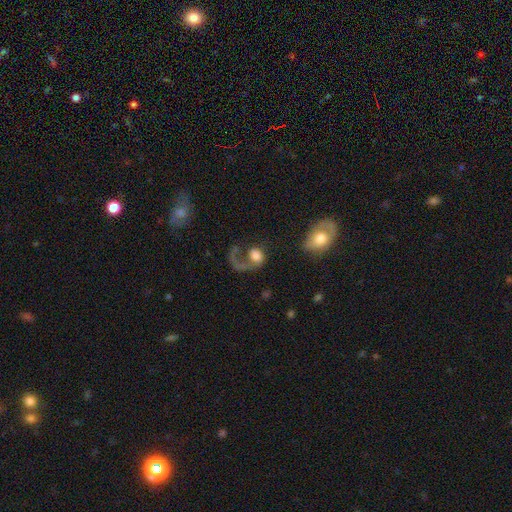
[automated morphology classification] Smooth or featured?
  - featured or disk: 46% *
  - smooth: 45%
  - star or artifact: 10%
Merging?
  - major disturbance: 51% *
  - none: 28%
  - minor disturbance: 11%
  - merger: 10%